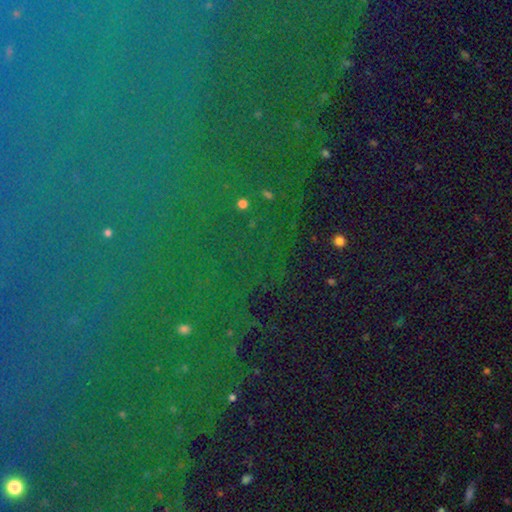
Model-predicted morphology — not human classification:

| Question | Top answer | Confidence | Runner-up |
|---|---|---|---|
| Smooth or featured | star or artifact | 83% | smooth (9%) |